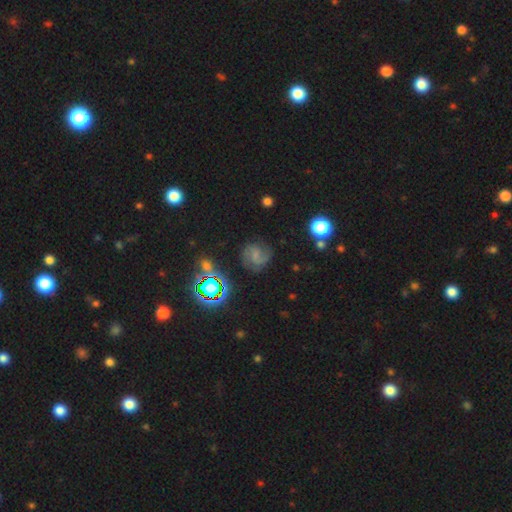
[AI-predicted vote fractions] Q: Smooth or featured?
A: featured or disk (60%); runner-up: smooth (24%)
Q: Edge-on disk?
A: no (98%); runner-up: yes (2%)
Q: Bar?
A: weak (45%); runner-up: no (37%)
Q: Spiral arms?
A: yes (93%); runner-up: no (7%)
Q: Spiral winding?
A: medium (50%); runner-up: loose (29%)
Q: Spiral arm count?
A: 2 (80%); runner-up: can't tell (7%)
Q: Bulge size?
A: none (47%); runner-up: small (31%)
Q: Merging?
A: none (66%); runner-up: minor disturbance (19%)